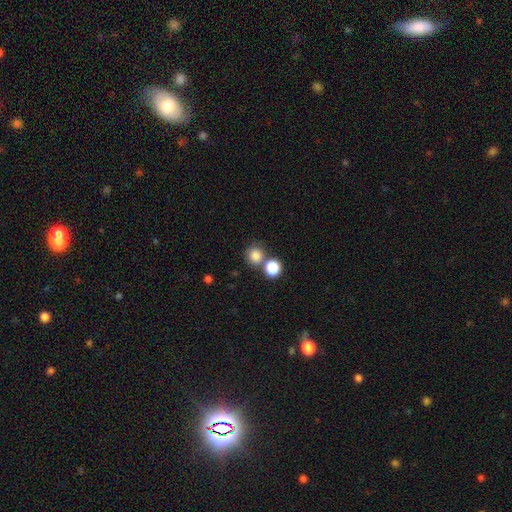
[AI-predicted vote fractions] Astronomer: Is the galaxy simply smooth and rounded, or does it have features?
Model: smooth — 83%.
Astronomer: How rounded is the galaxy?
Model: round — 88%.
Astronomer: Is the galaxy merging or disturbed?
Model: none — 59%.